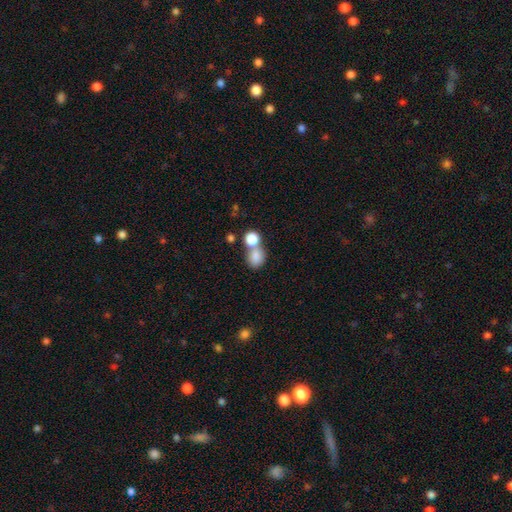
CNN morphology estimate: type=smooth (82%); roundness=round (58%); merging=merger (47%).